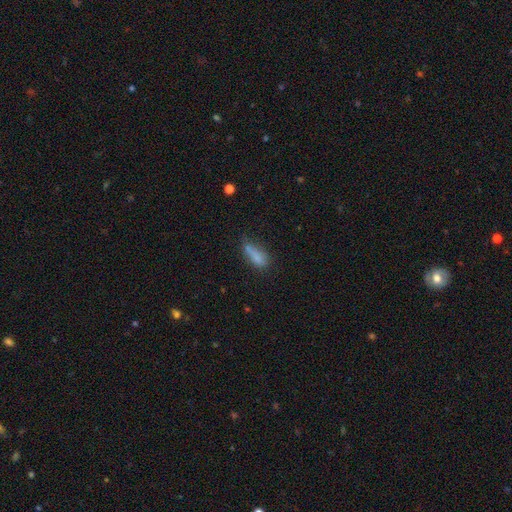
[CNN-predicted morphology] A smooth galaxy with no disk features (77%) that is in between round and cigar-shaped (61%).

Vote fractions:
- Smooth or featured? smooth: 77% / featured or disk: 13% / star or artifact: 11%
- How rounded? in between: 61% / cigar-shaped: 36% / round: 3%
- Merging? none: 41% / minor disturbance: 30% / major disturbance: 15% / merger: 14%